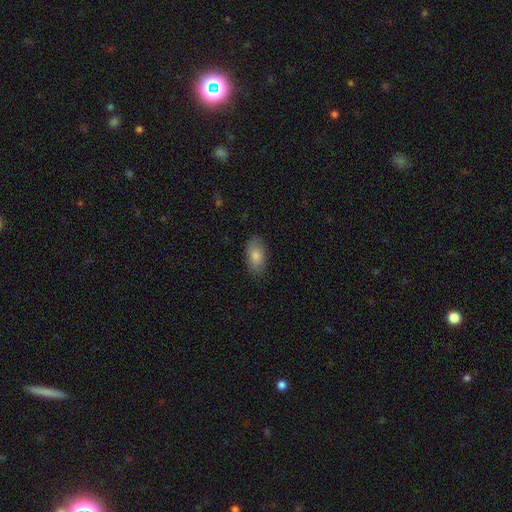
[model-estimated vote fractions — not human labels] Smooth or featured?
  - smooth: 80% *
  - featured or disk: 13%
  - star or artifact: 7%
How rounded?
  - in between: 91% *
  - round: 4%
  - cigar-shaped: 4%
Merging?
  - none: 83% *
  - minor disturbance: 13%
  - major disturbance: 3%
  - merger: 1%